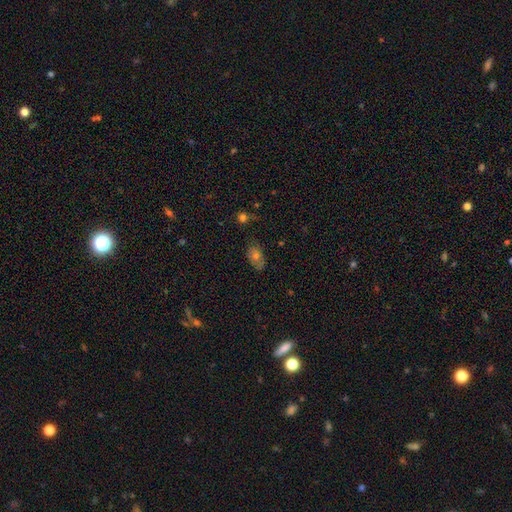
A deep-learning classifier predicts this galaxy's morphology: A smooth galaxy with no disk features (52%) that is in between round and cigar-shaped (82%). Merging: none (70%).